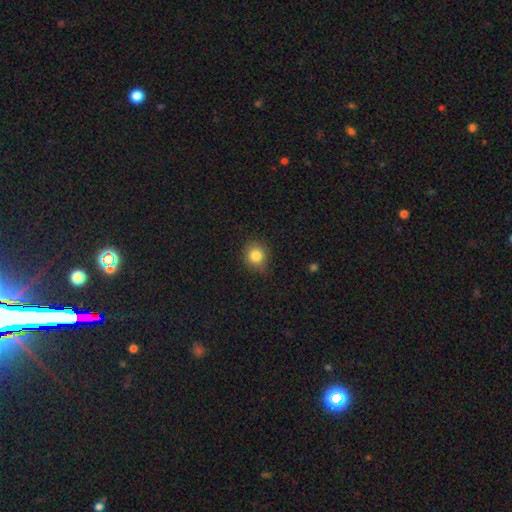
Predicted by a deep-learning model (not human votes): Overall: smooth (84%). How rounded: round (85%). Merging: none (82%).